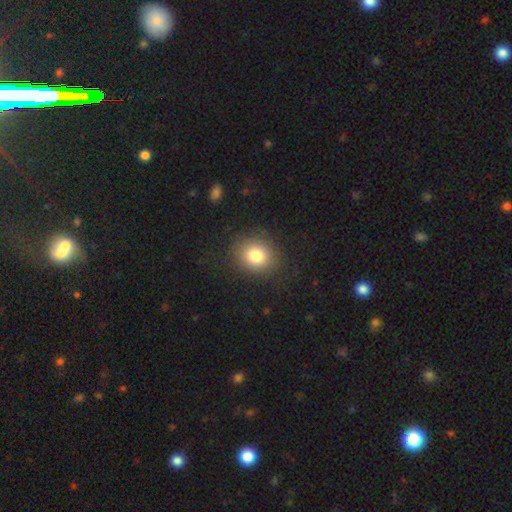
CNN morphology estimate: Smooth or featured? smooth (81%)
How rounded? round (71%)
Merging? none (86%)